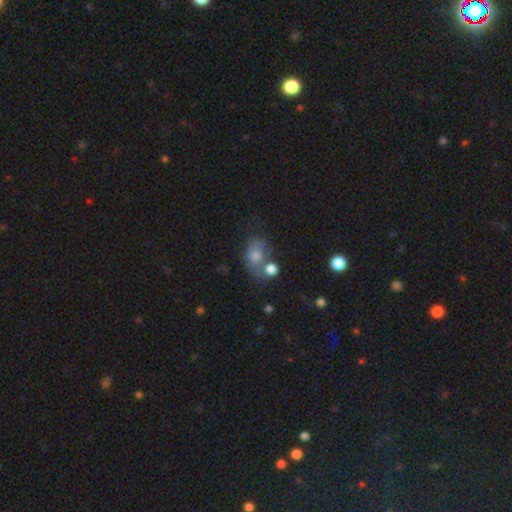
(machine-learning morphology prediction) This appears to be a smooth galaxy with no disk features (66%) that is in between round and cigar-shaped (60%). Merging: none (42%).